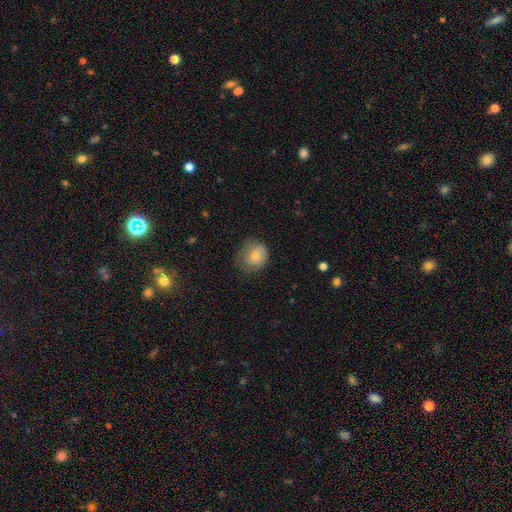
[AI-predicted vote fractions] smooth 73%, featured or disk 19%, star or artifact 8%. Down the decision tree: how rounded — round (70%); merging — none (55%).